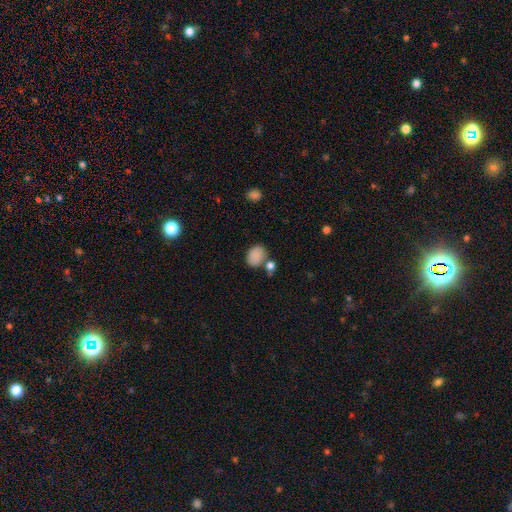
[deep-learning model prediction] The model was most divided on "how rounded": in between: 66%, round: 33%, cigar-shaped: 1%. More confident: smooth or featured — smooth (85%); merging — none (63%).